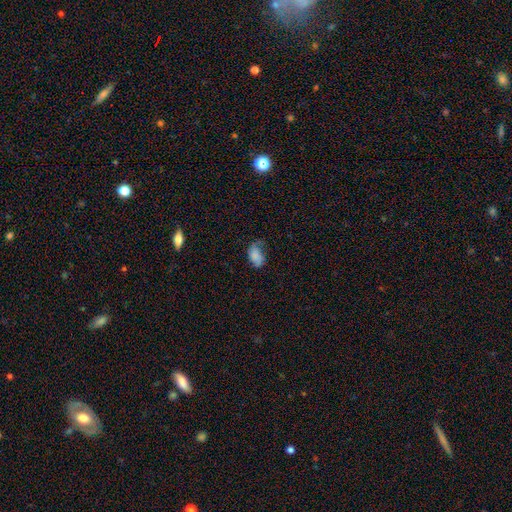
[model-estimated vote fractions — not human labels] Smooth or featured? Predicted: smooth (p=0.67). How rounded? Predicted: in between (p=0.90). Merging? Predicted: none (p=0.39).